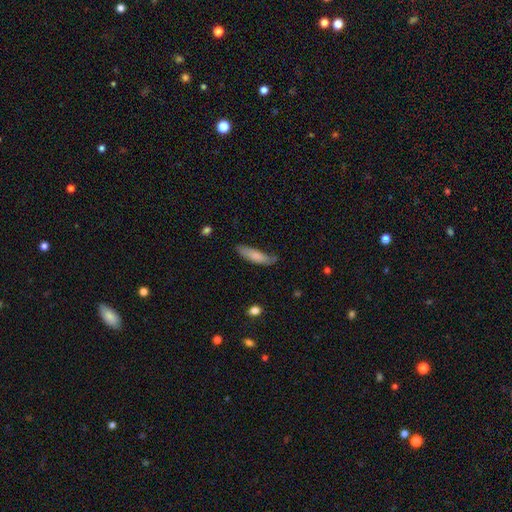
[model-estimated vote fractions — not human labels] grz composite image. It shows a smooth galaxy with no disk features (76%) that is cigar-shaped (58%). Merging: none (55%).